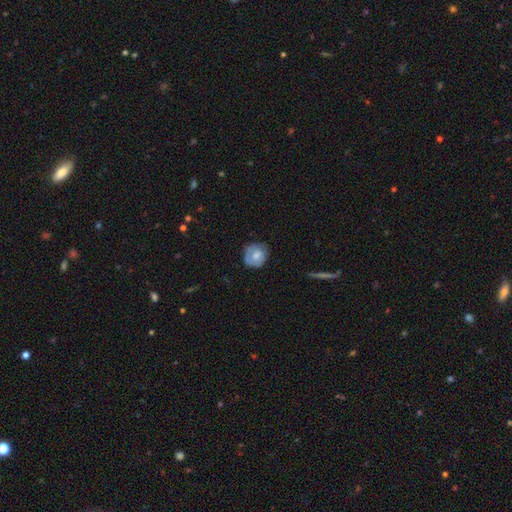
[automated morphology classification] This appears to be a smooth galaxy with no disk features (68%) that is round (81%). Merging: none (61%).